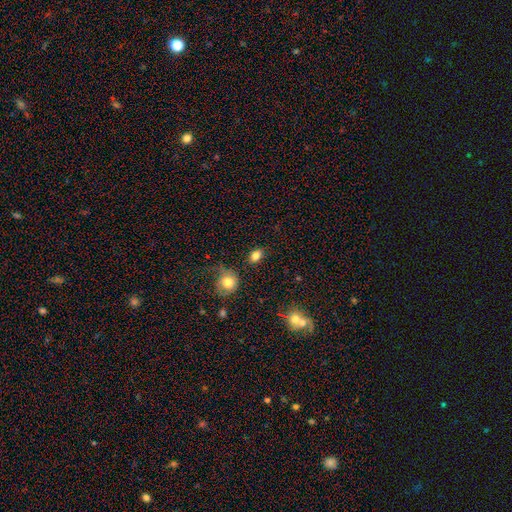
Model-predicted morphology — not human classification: smooth_or_featured: smooth (p=0.82) [alt: star or artifact p=0.10]
how_rounded: in between (p=0.77) [alt: round p=0.21]
merging: none (p=0.80) [alt: minor disturbance p=0.12]